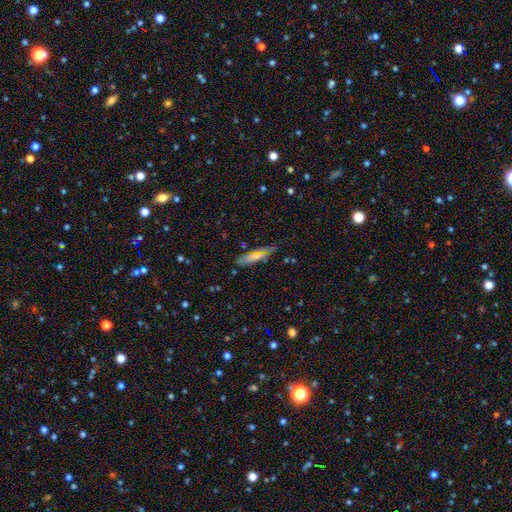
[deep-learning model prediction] Q: Smooth or featured?
A: smooth (62%); runner-up: featured or disk (29%)
Q: How rounded?
A: cigar-shaped (69%); runner-up: in between (29%)
Q: Merging?
A: none (74%); runner-up: minor disturbance (19%)